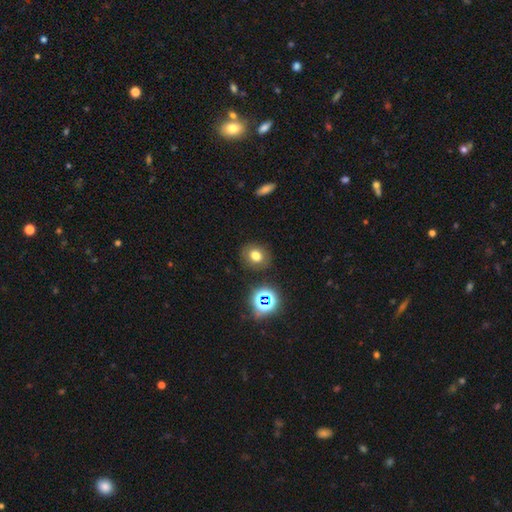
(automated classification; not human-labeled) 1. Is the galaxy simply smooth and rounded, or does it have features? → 69% smooth, 18% star or artifact, 13% featured or disk.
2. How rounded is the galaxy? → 63% round, 36% in between, 1% cigar-shaped.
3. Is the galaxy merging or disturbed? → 85% none, 9% minor disturbance, 3% major disturbance, 2% merger.